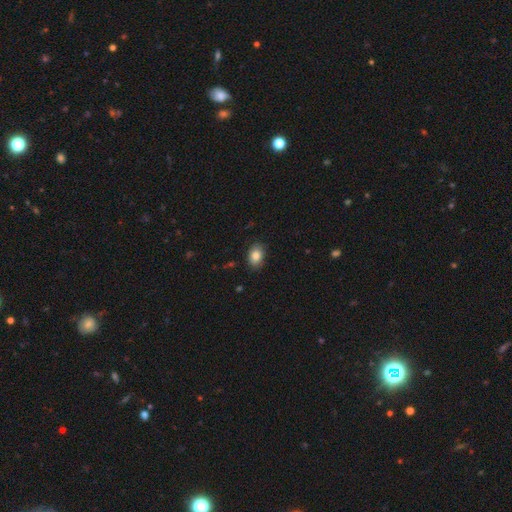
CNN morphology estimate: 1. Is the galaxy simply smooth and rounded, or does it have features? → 85% smooth, 8% star or artifact, 7% featured or disk.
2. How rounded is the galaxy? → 80% in between, 19% round, 1% cigar-shaped.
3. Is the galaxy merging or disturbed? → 85% none, 11% minor disturbance, 2% major disturbance, 1% merger.